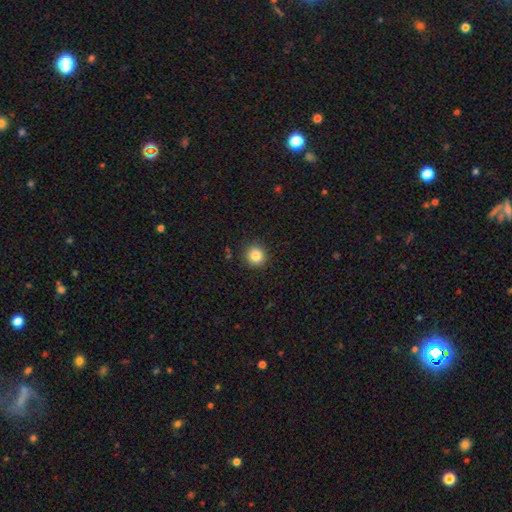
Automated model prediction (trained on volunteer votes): Morphology: type=smooth (85%); roundness=round (93%); merging=none (91%).